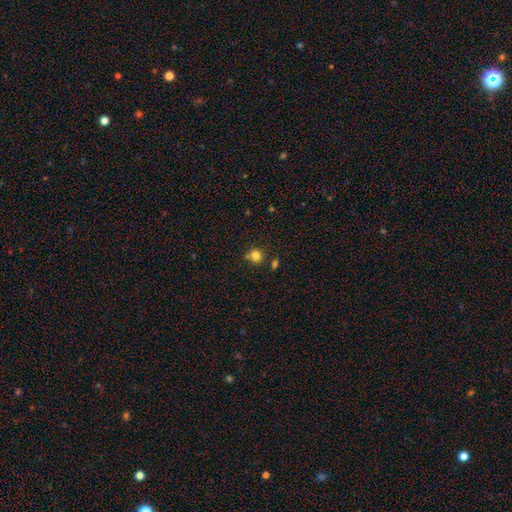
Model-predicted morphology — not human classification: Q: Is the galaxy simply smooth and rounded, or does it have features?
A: smooth — 80%.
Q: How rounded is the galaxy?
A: round — 89%.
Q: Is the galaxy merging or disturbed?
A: none — 72%.